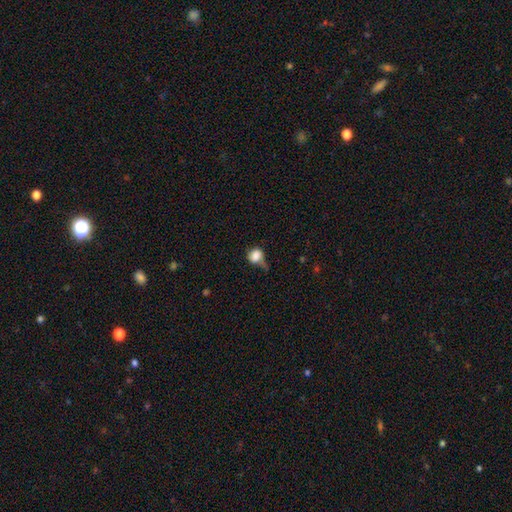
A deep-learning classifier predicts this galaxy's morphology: A smooth galaxy with no disk features (76%) that is round (64%). Merging: minor disturbance (35%).